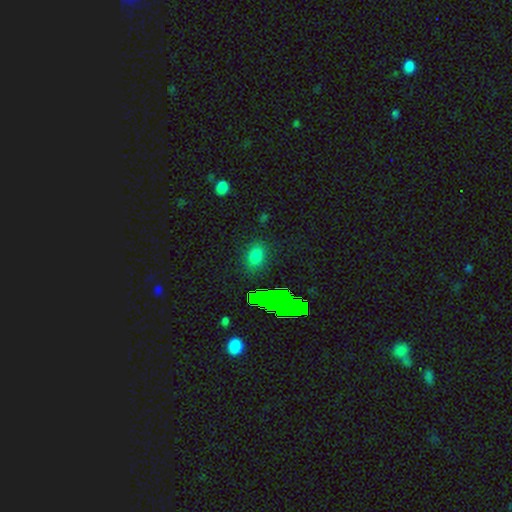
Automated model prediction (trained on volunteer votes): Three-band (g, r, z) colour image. It shows a smooth galaxy with no disk features (74%) that is in between round and cigar-shaped (74%). Merging: none (85%).